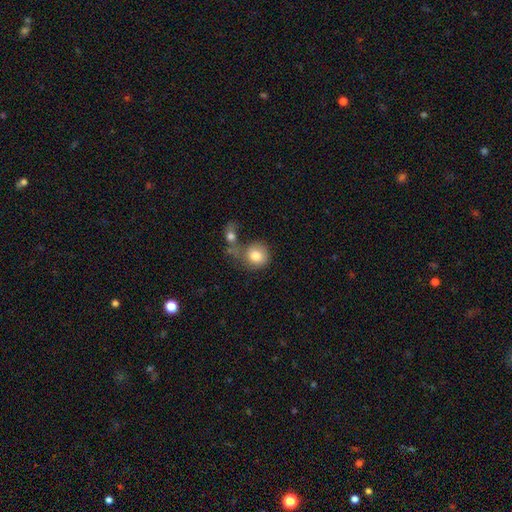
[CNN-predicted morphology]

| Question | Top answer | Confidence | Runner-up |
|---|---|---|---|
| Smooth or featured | smooth | 81% | featured or disk (11%) |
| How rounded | round | 83% | in between (16%) |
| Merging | none | 38% | merger (37%) |